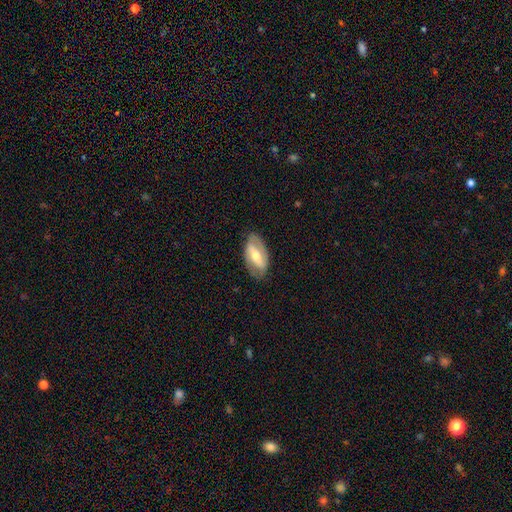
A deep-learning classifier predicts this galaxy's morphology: smooth_or_featured: featured or disk (p=0.65) [alt: smooth p=0.29]
disk_edge_on: no (p=0.88) [alt: yes p=0.12]
bar: strong (p=0.54) [alt: weak p=0.30]
has_spiral_arms: yes (p=0.59) [alt: no p=0.41]
bulge_size: moderate (p=0.62) [alt: small p=0.30]
merging: none (p=0.81) [alt: minor disturbance p=0.14]